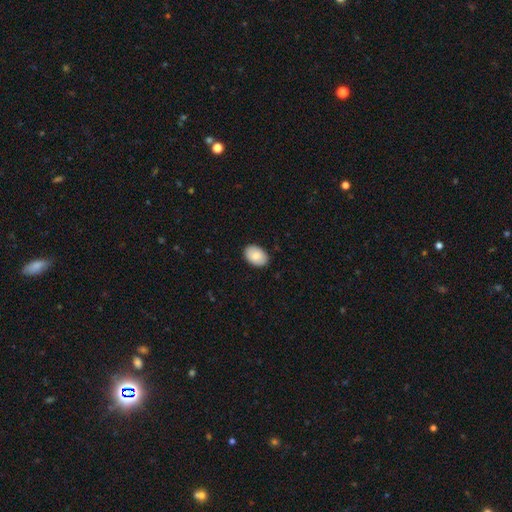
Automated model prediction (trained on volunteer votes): A smooth galaxy with no disk features (84%) that is in between round and cigar-shaped (86%). Merging: none (89%).